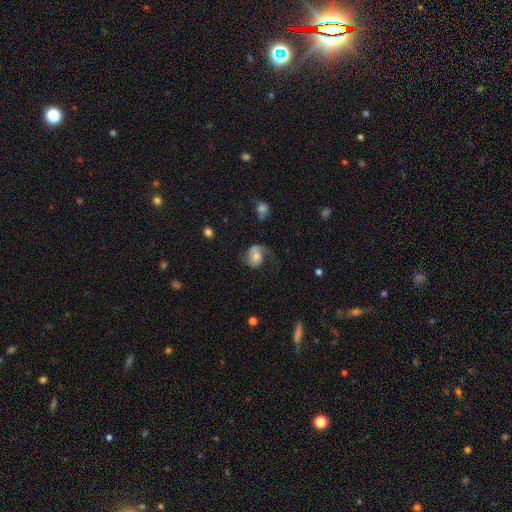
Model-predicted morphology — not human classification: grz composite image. It shows a featured or disk galaxy (65%) with no bar (66%), 1 (47%) loose (42%) spiral arms (90%) and a moderate central bulge (51%). Merging: none (46%).